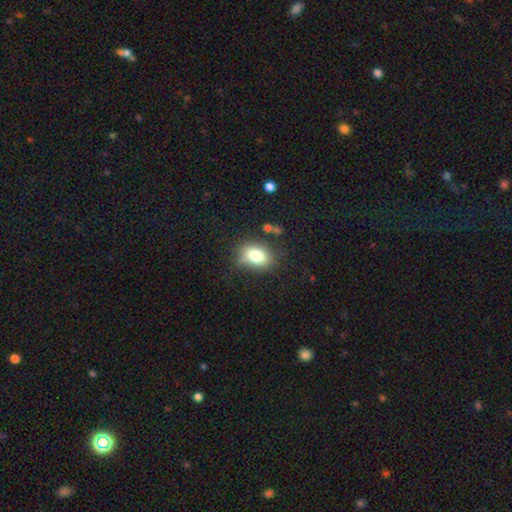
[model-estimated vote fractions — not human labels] Morphology: type=smooth (78%); roundness=in between (65%); merging=none (71%).